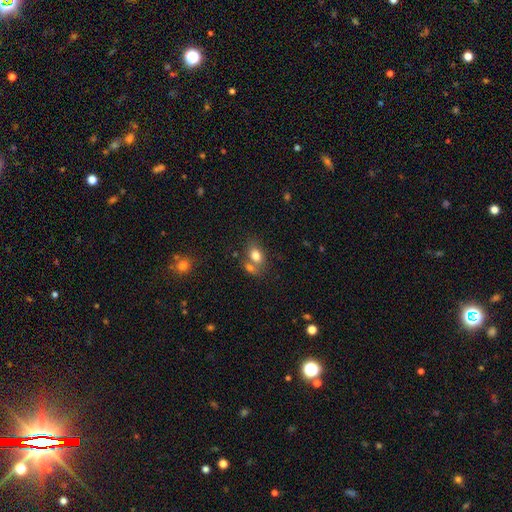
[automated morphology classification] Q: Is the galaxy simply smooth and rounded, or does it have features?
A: smooth — 79%.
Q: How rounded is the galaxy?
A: in between — 72%.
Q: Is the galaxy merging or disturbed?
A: none — 45%.